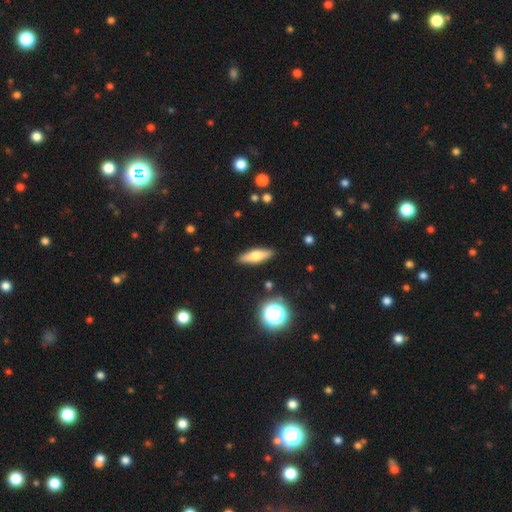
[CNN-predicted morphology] A smooth galaxy with no disk features (53%) that is cigar-shaped (57%). Merging: none (88%).